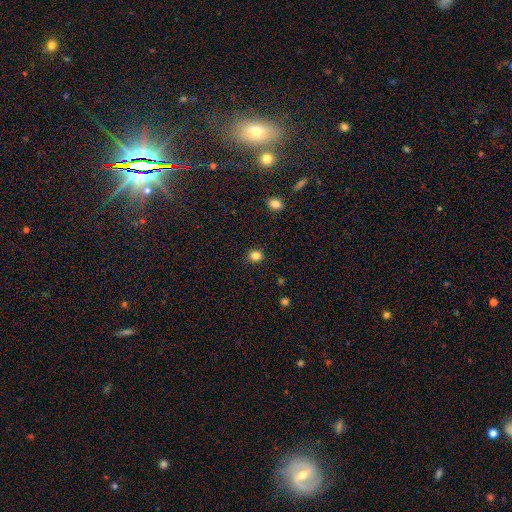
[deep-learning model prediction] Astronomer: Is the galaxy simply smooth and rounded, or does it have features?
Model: smooth — 83%.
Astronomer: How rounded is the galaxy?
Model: round — 79%.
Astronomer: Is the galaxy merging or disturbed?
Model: none — 87%.